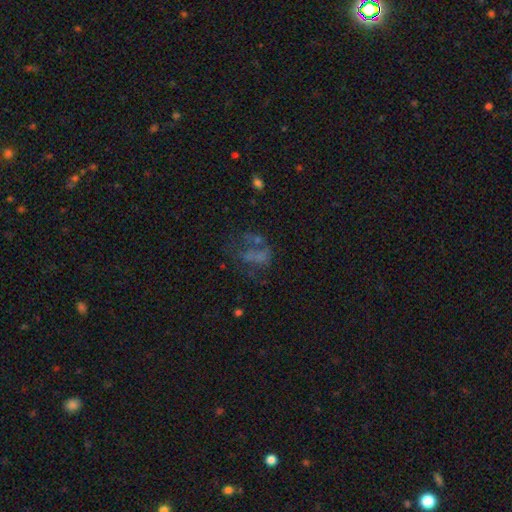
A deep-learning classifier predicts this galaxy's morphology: featured or disk 41%, smooth 35%, star or artifact 24%. Down the decision tree: merging — major disturbance (37%).